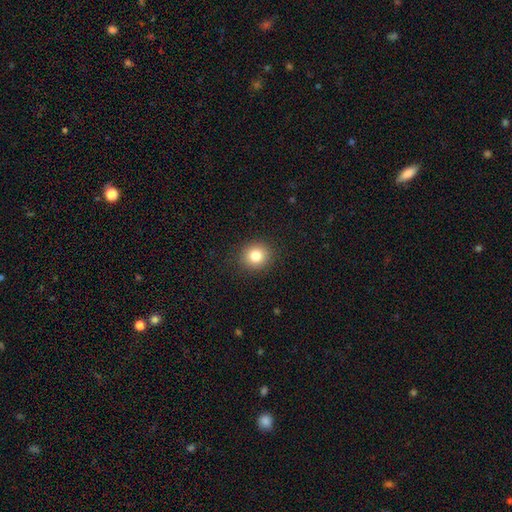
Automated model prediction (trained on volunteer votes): smooth_or_featured: smooth (p=0.83) [alt: star or artifact p=0.11]
how_rounded: round (p=0.82) [alt: in between p=0.17]
merging: none (p=0.90) [alt: minor disturbance p=0.07]